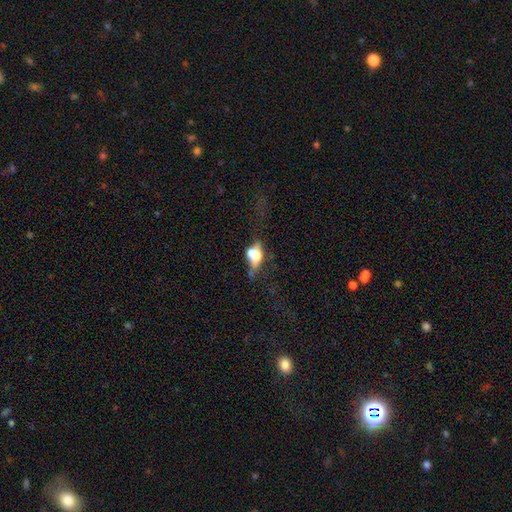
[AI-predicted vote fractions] Smooth or featured?
  - smooth: 48% *
  - featured or disk: 39%
  - star or artifact: 13%
Merging?
  - merger: 34% *
  - major disturbance: 27%
  - none: 23%
  - minor disturbance: 16%